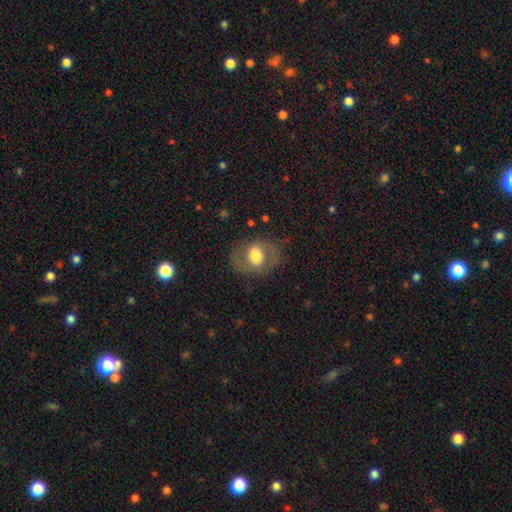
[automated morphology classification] Smooth or featured? Predicted: smooth (p=0.55). How rounded? Predicted: in between (p=0.50). Merging? Predicted: none (p=0.73).